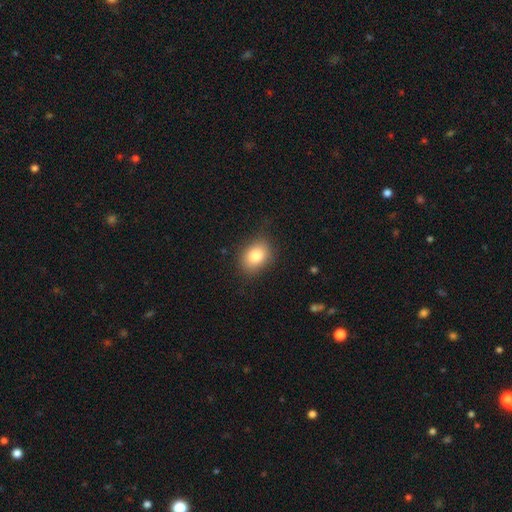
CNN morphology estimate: type=smooth (82%); roundness=in between (68%); merging=none (80%).